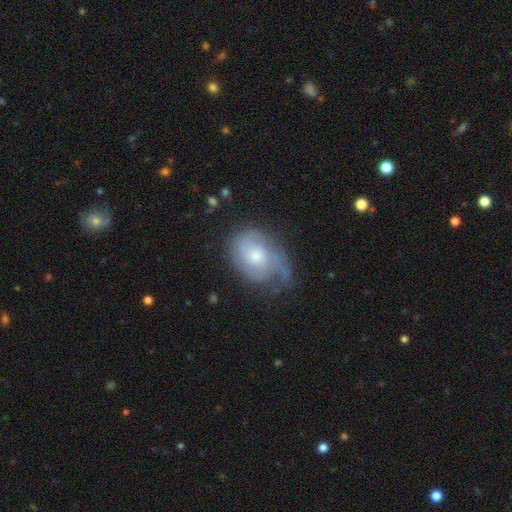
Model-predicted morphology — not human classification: Smooth or featured: featured or disk — 71% (smooth — 22%)
Edge-on disk: no — 97% (yes — 3%)
Bar: no — 73% (weak — 24%)
Spiral arms: yes — 89% (no — 11%)
Spiral winding: tight — 45% (medium — 37%)
Spiral arm count: 2 — 34% (can't tell — 30%)
Bulge size: moderate — 46% (tied with small — 46%)
Merging: none — 49% (minor disturbance — 29%)